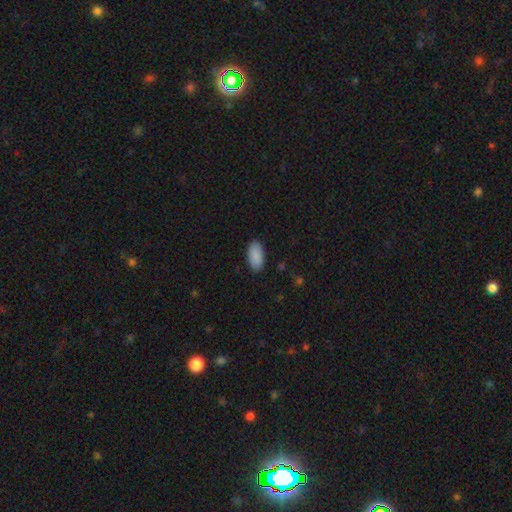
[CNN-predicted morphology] Smooth or featured? Predicted: smooth (p=0.90). How rounded? Predicted: in between (p=0.94). Merging? Predicted: none (p=0.87).